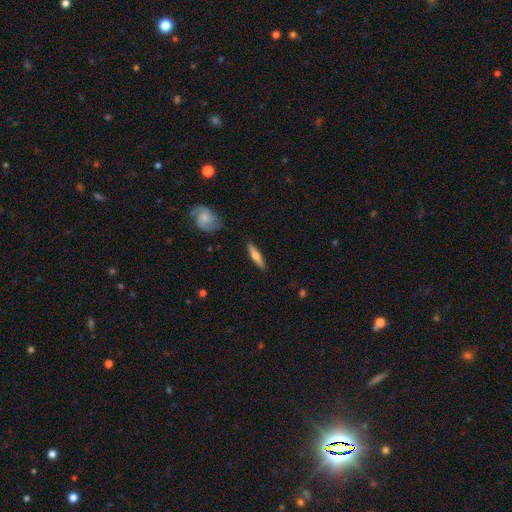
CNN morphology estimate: This is possibly a smooth galaxy (51%). How rounded: clearly cigar-shaped (81%). Merging: clearly none (87%).